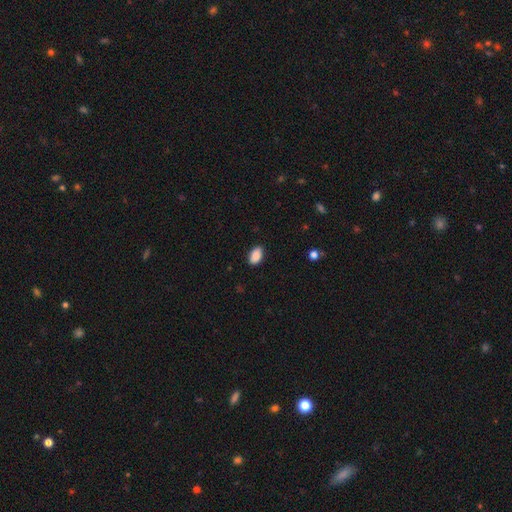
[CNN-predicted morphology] A smooth galaxy with no disk features (89%) that is in between round and cigar-shaped (92%).

Vote fractions:
- Smooth or featured? smooth: 89% / star or artifact: 8% / featured or disk: 3%
- How rounded? in between: 92% / round: 7% / cigar-shaped: 2%
- Merging? none: 86% / minor disturbance: 10% / major disturbance: 2% / merger: 1%